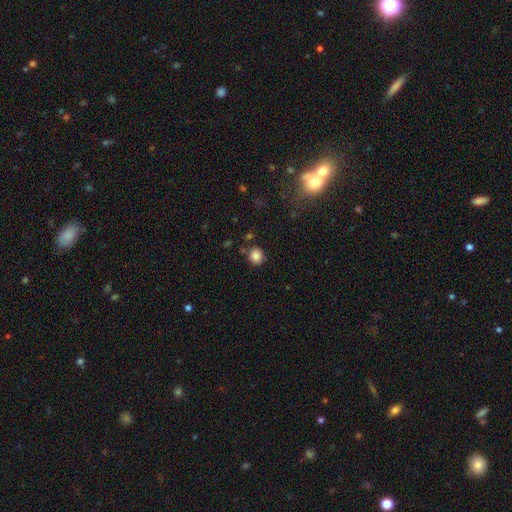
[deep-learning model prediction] A smooth galaxy with no disk features (85%) that is round (82%).

Vote fractions:
- Smooth or featured? smooth: 85% / star or artifact: 10% / featured or disk: 5%
- How rounded? round: 82% / in between: 17% / cigar-shaped: 1%
- Merging? none: 79% / minor disturbance: 11% / merger: 6% / major disturbance: 3%